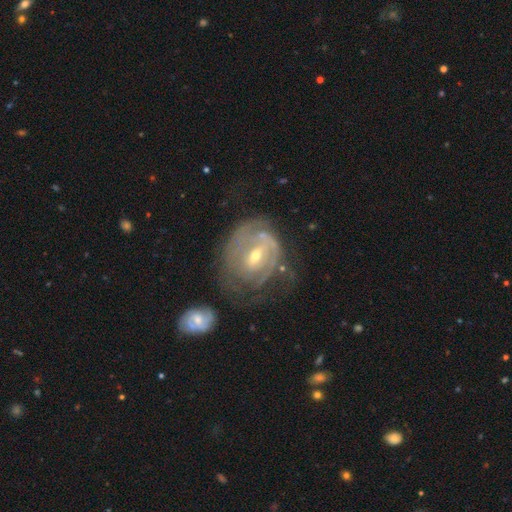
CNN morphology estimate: Q: Smooth or featured?
A: featured or disk (82%); runner-up: smooth (11%)
Q: Edge-on disk?
A: no (96%); runner-up: yes (4%)
Q: Bar?
A: weak (50%); runner-up: strong (27%)
Q: Spiral arms?
A: yes (84%); runner-up: no (16%)
Q: Spiral winding?
A: tight (60%); runner-up: medium (30%)
Q: Spiral arm count?
A: can't tell (39%); runner-up: 2 (32%)
Q: Bulge size?
A: small (51%); runner-up: moderate (46%)
Q: Merging?
A: none (47%); runner-up: minor disturbance (23%)